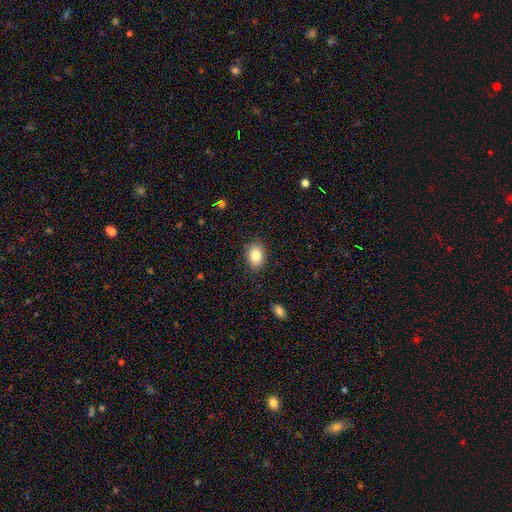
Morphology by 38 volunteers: A smooth galaxy with no disk features (87%) that is in between round and cigar-shaped (70%). Merging: none (94%).